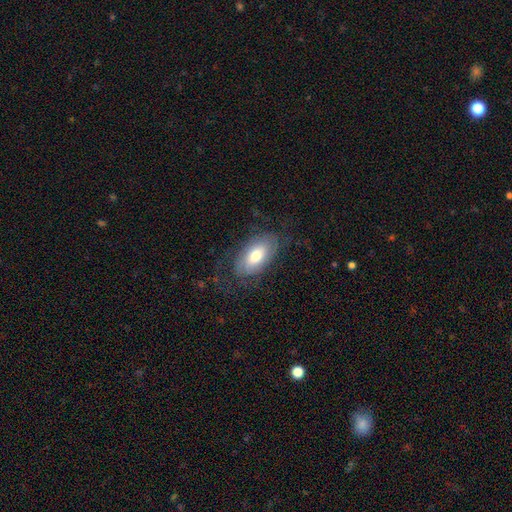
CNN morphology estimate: smooth-or-featured: smooth: 52% | featured or disk: 41% | star or artifact: 7%
  how-rounded: in between: 92% | cigar-shaped: 5% | round: 3%
  merging: none: 69% | minor disturbance: 18% | major disturbance: 12% | merger: 1%